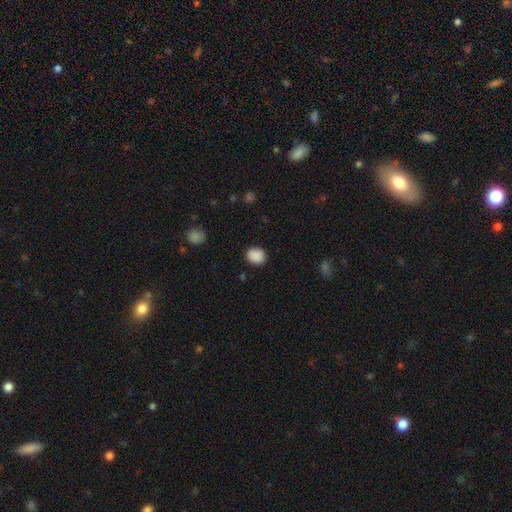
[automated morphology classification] Overall: smooth (89%). How rounded: round (61%; in between 38%). Merging: none (86%).